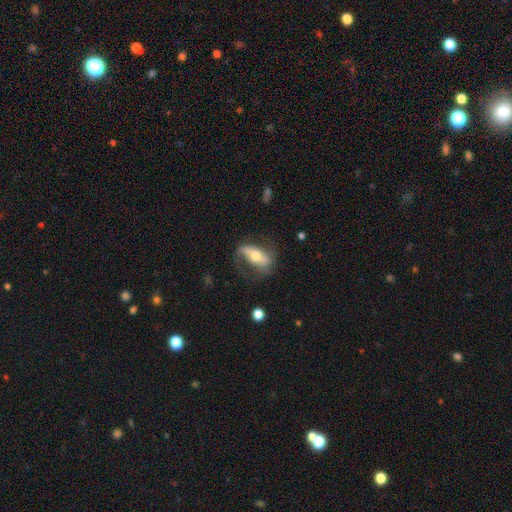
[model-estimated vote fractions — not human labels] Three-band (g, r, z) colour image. It shows a featured or disk galaxy (57%). Merging: none (57%).